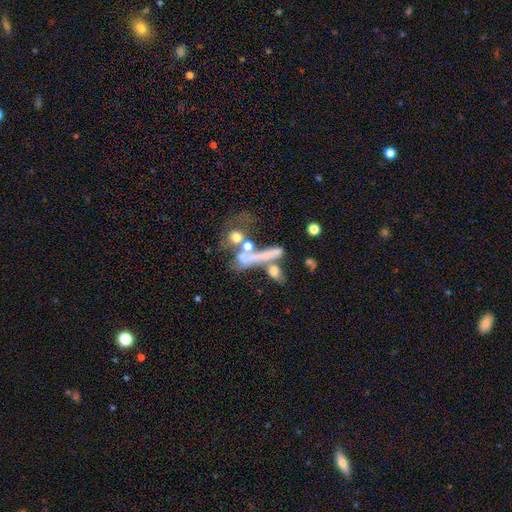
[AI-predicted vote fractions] Q: Smooth or featured?
A: featured or disk (47%); runner-up: smooth (34%)
Q: Merging?
A: merger (39%); runner-up: none (33%)